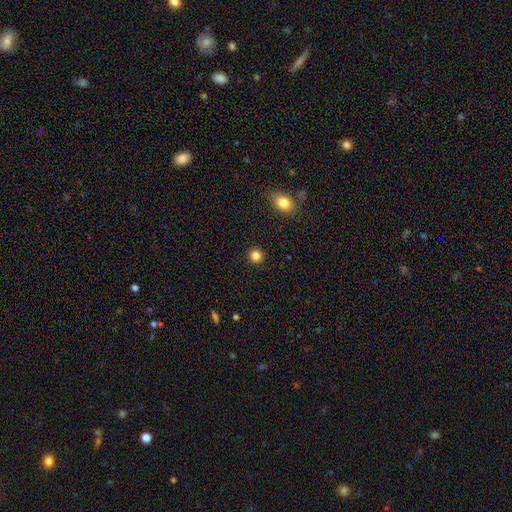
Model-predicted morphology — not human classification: smooth 84%, star or artifact 12%, featured or disk 4%. Down the decision tree: how rounded — round (92%); merging — none (92%).